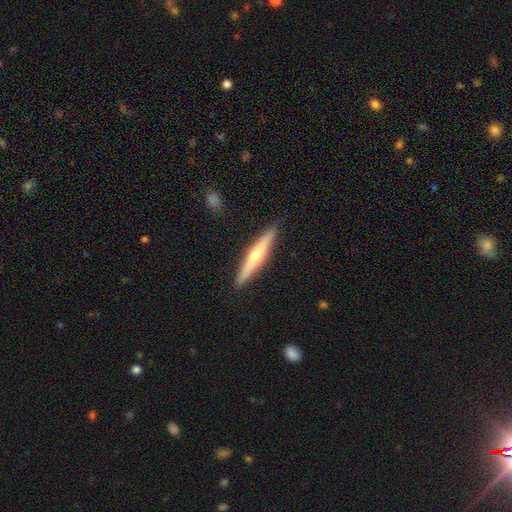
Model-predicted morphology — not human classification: featured or disk 64%, smooth 30%, star or artifact 5%. Down the decision tree: edge-on disk — yes (97%); edge-on bulge — rounded (90%); merging — none (91%).